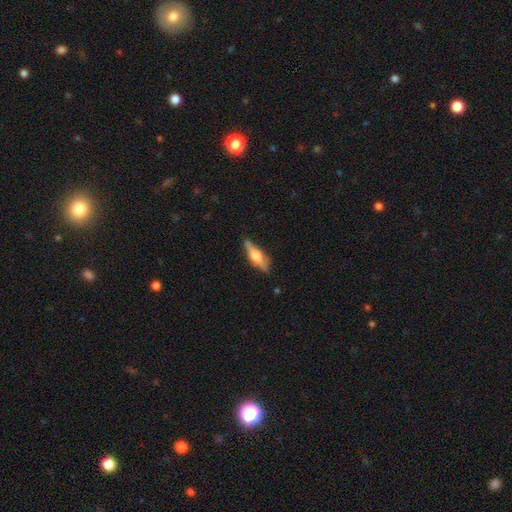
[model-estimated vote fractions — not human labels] smooth_or_featured: featured or disk (p=0.49) [alt: smooth p=0.44]
merging: none (p=0.68) [alt: minor disturbance p=0.22]